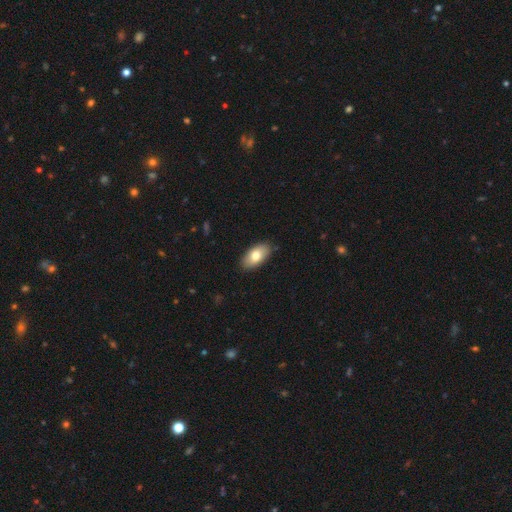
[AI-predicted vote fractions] A smooth galaxy with no disk features (78%) that is in between round and cigar-shaped (94%).

Vote fractions:
- Smooth or featured? smooth: 78% / featured or disk: 16% / star or artifact: 6%
- How rounded? in between: 94% / round: 3% / cigar-shaped: 3%
- Merging? none: 88% / minor disturbance: 10% / major disturbance: 2% / merger: 1%